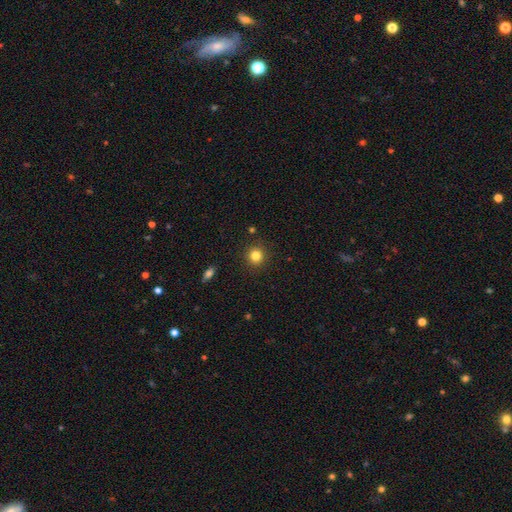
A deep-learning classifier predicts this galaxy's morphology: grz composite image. It shows a smooth galaxy with no disk features (82%) that is round (93%). Merging: none (91%).